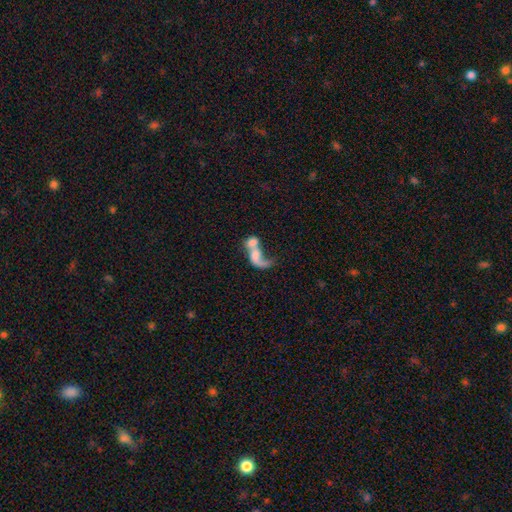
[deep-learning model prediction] This appears to be a featured or disk galaxy (51%). Merging: merger (70%).